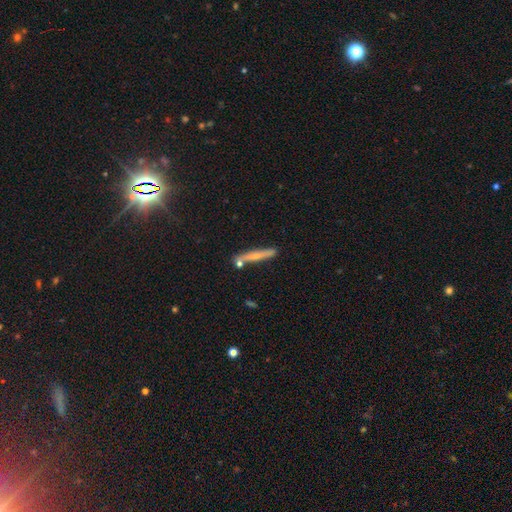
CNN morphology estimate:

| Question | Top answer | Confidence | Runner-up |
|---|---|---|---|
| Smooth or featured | smooth | 56% | featured or disk (36%) |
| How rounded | cigar-shaped | 94% | in between (4%) |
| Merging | none | 80% | minor disturbance (11%) |